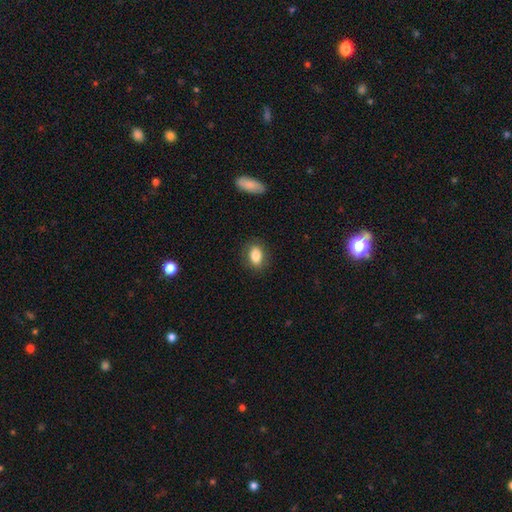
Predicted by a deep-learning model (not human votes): This appears to be a smooth galaxy with no disk features (82%) that is in between round and cigar-shaped (81%). Merging: none (85%).